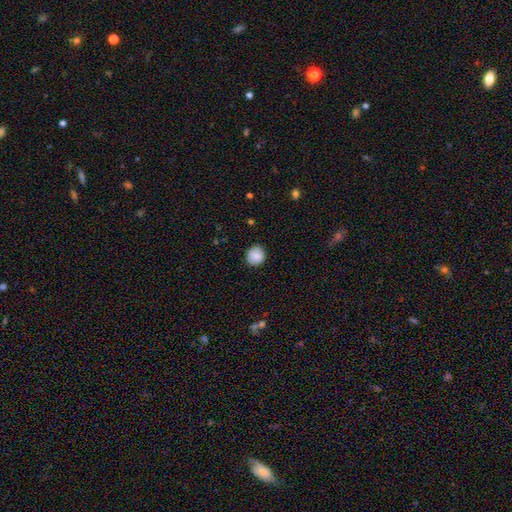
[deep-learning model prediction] Morphology: type=smooth (87%); roundness=round (89%); merging=none (88%).